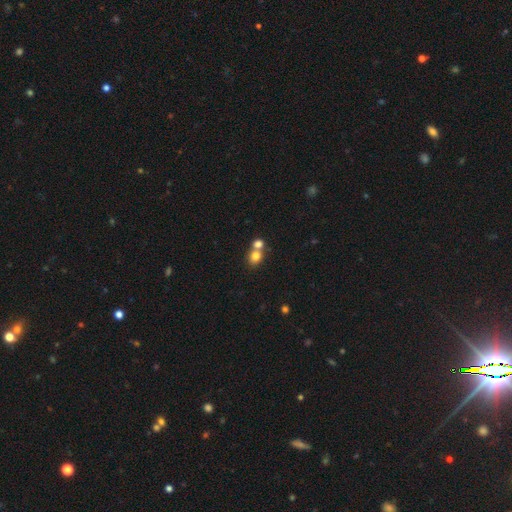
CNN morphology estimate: smooth-or-featured: smooth: 79% | star or artifact: 11% | featured or disk: 9%
  how-rounded: round: 71% | in between: 28% | cigar-shaped: 1%
  merging: merger: 49% | none: 42% | minor disturbance: 6% | major disturbance: 3%